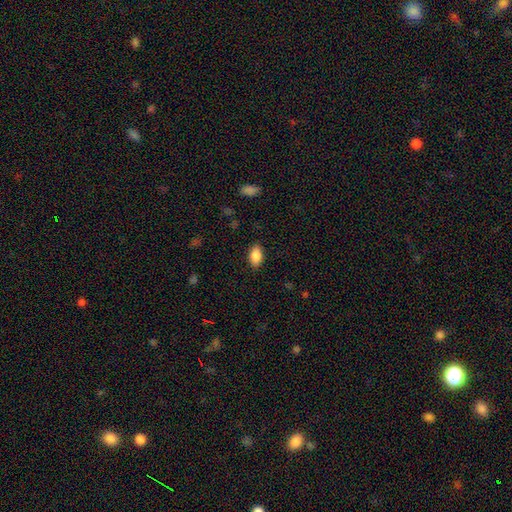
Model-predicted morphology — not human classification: A smooth galaxy with no disk features (87%) that is in between round and cigar-shaped (92%).

Vote fractions:
- Smooth or featured? smooth: 87% / star or artifact: 8% / featured or disk: 5%
- How rounded? in between: 92% / round: 5% / cigar-shaped: 3%
- Merging? none: 87% / minor disturbance: 10% / major disturbance: 2% / merger: 1%